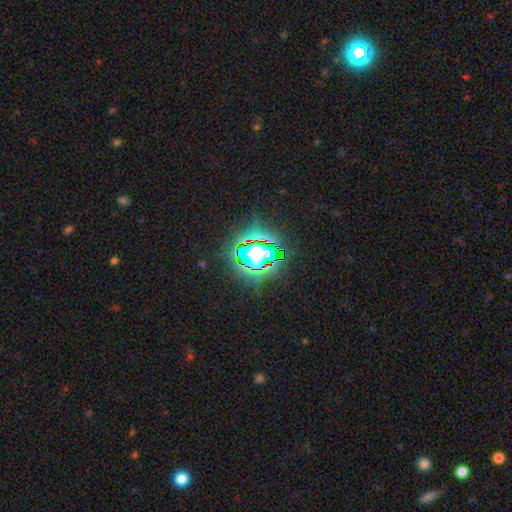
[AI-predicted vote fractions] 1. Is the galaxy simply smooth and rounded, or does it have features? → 72% star or artifact, 17% smooth, 12% featured or disk.